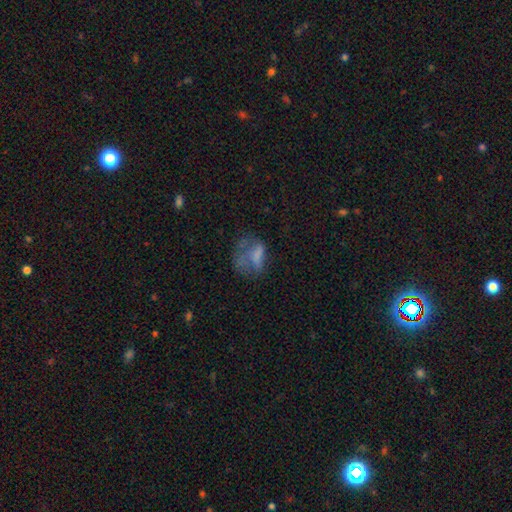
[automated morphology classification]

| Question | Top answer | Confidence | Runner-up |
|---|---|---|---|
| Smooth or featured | smooth | 52% | featured or disk (33%) |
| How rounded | in between | 73% | round (23%) |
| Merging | major disturbance | 47% | none (28%) |